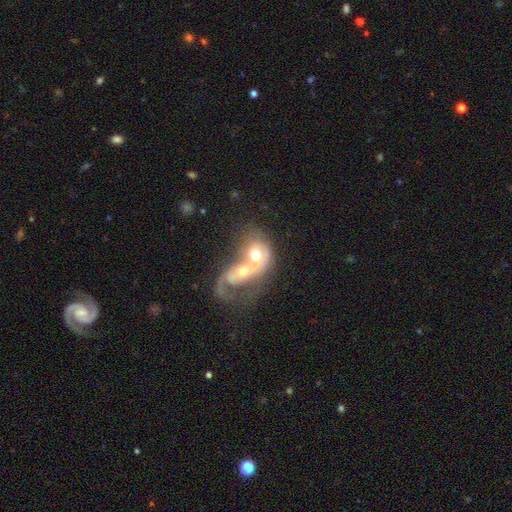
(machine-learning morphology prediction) This appears to be a featured or disk galaxy (53%) with no bar (75%), spiral arms (51%) and a moderate central bulge (63%). Merging: merger (81%).